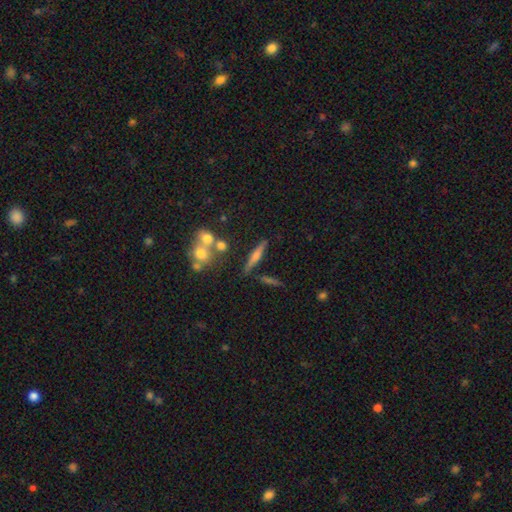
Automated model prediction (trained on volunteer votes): smooth-or-featured: featured or disk: 54% | smooth: 36% | star or artifact: 10%
  disk-edge-on: yes: 93% | no: 7%
    edge-on-bulge: rounded: 73% | none: 15% | boxy: 12%
  merging: none: 76% | minor disturbance: 11% | merger: 9% | major disturbance: 4%